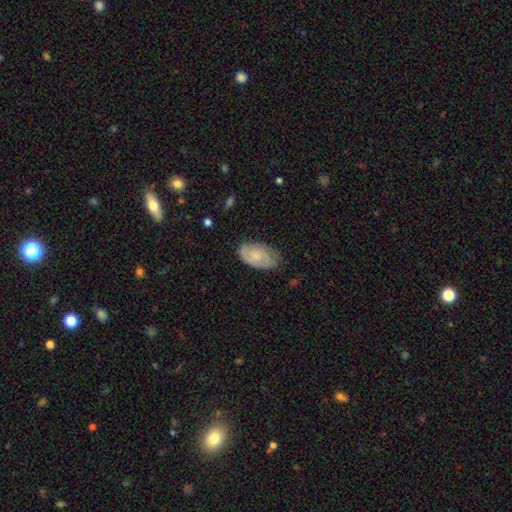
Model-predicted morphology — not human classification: A smooth galaxy with no disk features (54%) that is in between round and cigar-shaped (93%). Merging: none (69%).